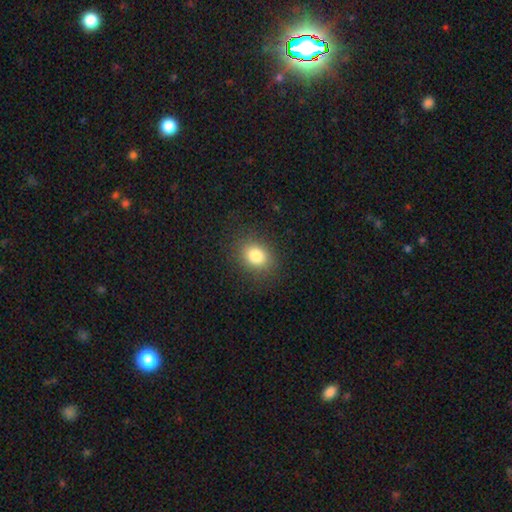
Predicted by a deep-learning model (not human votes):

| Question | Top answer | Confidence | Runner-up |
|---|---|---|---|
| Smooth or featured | smooth | 81% | star or artifact (11%) |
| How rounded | round | 50% | in between (49%) |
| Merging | none | 85% | minor disturbance (10%) |